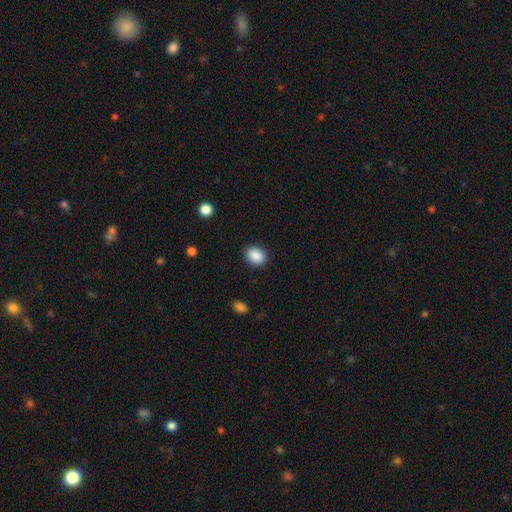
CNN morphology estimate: Smooth or featured?
  - smooth: 89% *
  - star or artifact: 8%
  - featured or disk: 3%
How rounded?
  - in between: 55% *
  - round: 44%
  - cigar-shaped: 1%
Merging?
  - none: 89% *
  - minor disturbance: 8%
  - major disturbance: 2%
  - merger: 1%